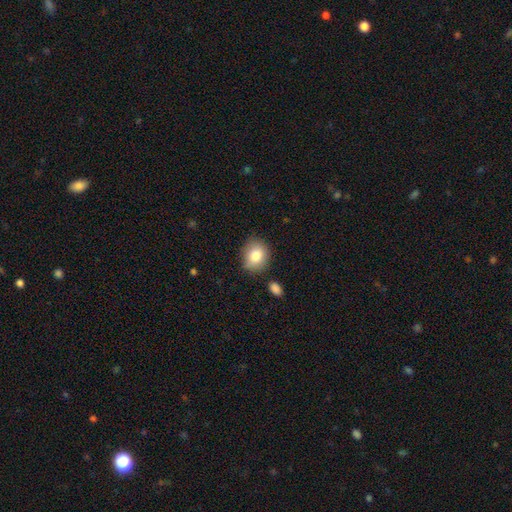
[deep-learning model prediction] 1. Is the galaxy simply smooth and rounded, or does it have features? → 82% smooth, 10% featured or disk, 9% star or artifact.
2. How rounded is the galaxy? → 61% round, 38% in between, 1% cigar-shaped.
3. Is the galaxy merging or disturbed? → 80% none, 13% minor disturbance, 4% merger, 3% major disturbance.